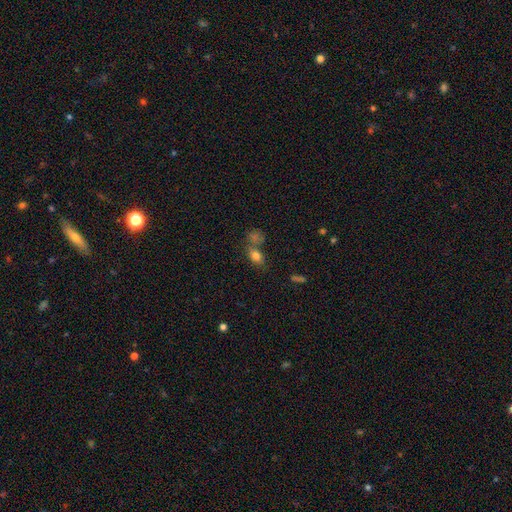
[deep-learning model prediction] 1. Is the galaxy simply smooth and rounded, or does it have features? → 79% smooth, 12% star or artifact, 9% featured or disk.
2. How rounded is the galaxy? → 74% in between, 23% round, 3% cigar-shaped.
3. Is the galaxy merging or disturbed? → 53% none, 27% merger, 14% minor disturbance, 6% major disturbance.